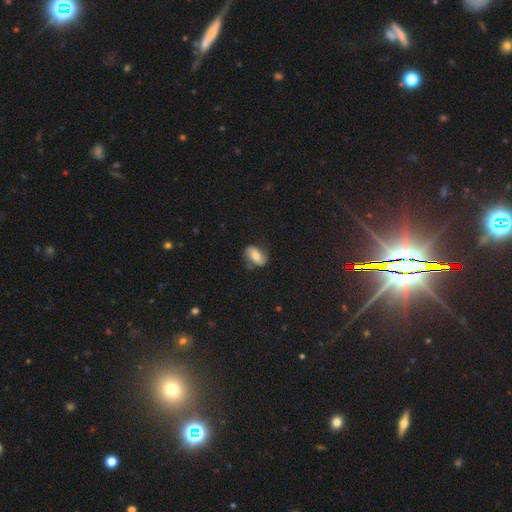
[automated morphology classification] smooth_or_featured: smooth (p=0.54) [alt: featured or disk p=0.38]
how_rounded: in between (p=0.86) [alt: round p=0.10]
merging: none (p=0.67) [alt: minor disturbance p=0.22]